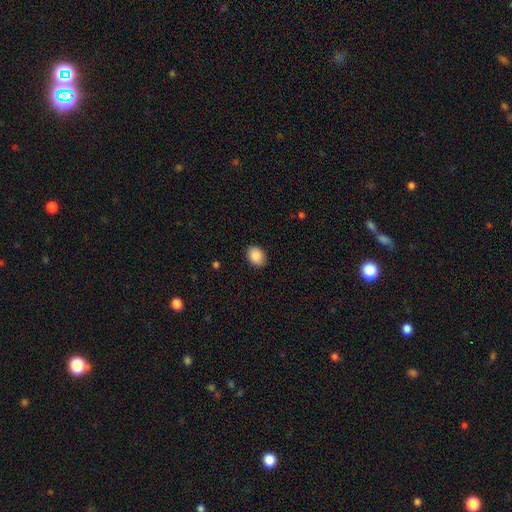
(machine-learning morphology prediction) smooth-or-featured: smooth: 89% | star or artifact: 7% | featured or disk: 4%
  how-rounded: in between: 68% | round: 31% | cigar-shaped: 1%
  merging: none: 86% | minor disturbance: 11% | major disturbance: 2% | merger: 1%